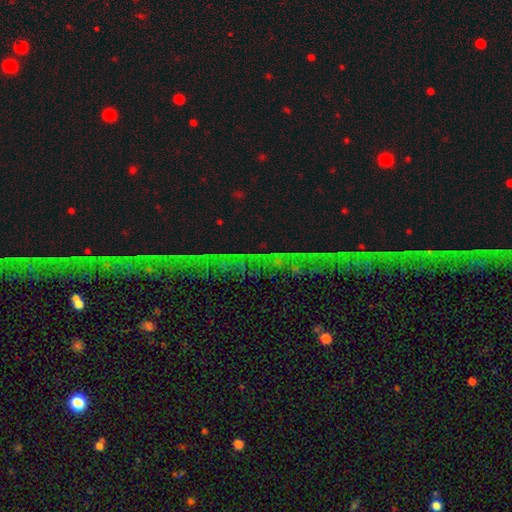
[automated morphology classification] Overall: star or artifact (74%).